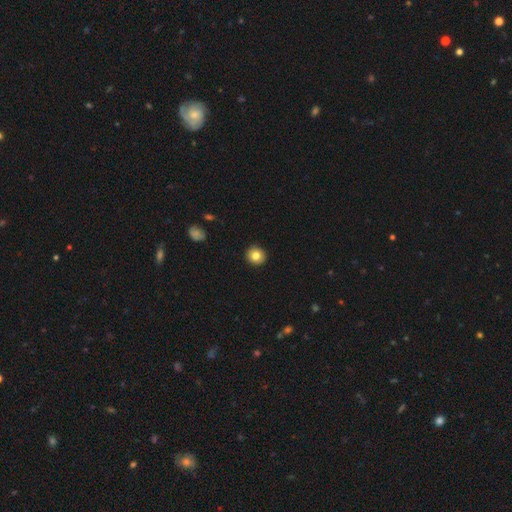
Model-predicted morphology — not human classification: smooth 81%, star or artifact 10%, featured or disk 9%. Down the decision tree: how rounded — round (92%); merging — none (92%).